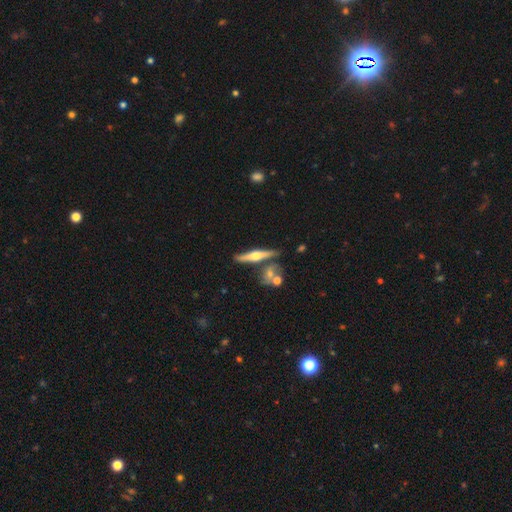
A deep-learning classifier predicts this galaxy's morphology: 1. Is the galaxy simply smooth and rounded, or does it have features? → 67% featured or disk, 27% smooth, 6% star or artifact.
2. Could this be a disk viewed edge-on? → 96% yes, 4% no.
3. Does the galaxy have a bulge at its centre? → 90% rounded, 6% boxy, 4% none.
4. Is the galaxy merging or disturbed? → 74% none, 13% merger, 10% minor disturbance, 3% major disturbance.